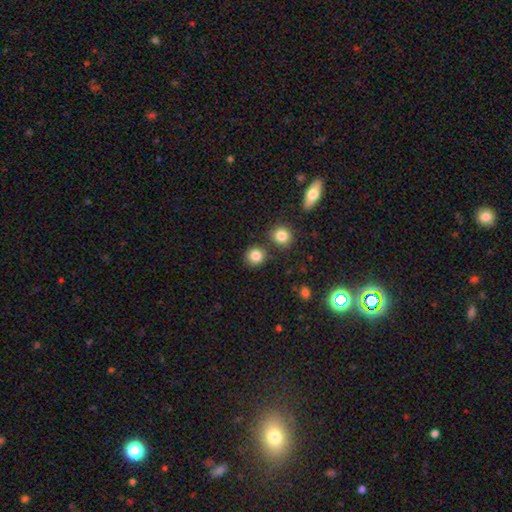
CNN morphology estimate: smooth-or-featured: smooth: 84% | star or artifact: 10% | featured or disk: 6%
  how-rounded: round: 91% | in between: 8% | cigar-shaped: 1%
  merging: none: 82% | merger: 8% | minor disturbance: 7% | major disturbance: 2%